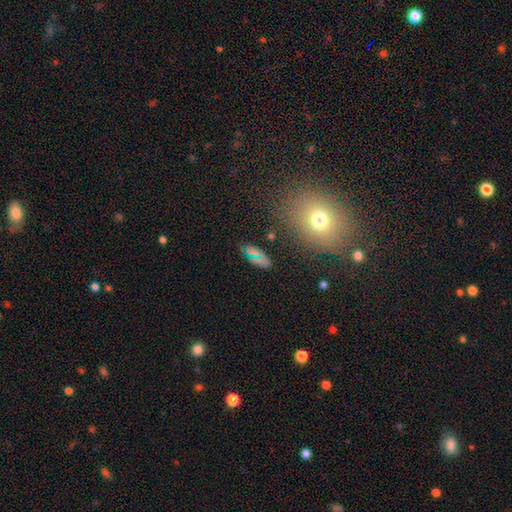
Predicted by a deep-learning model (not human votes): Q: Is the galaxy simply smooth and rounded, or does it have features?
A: smooth — 61%.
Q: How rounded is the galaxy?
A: in between — 78%.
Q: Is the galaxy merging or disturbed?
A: none — 79%.